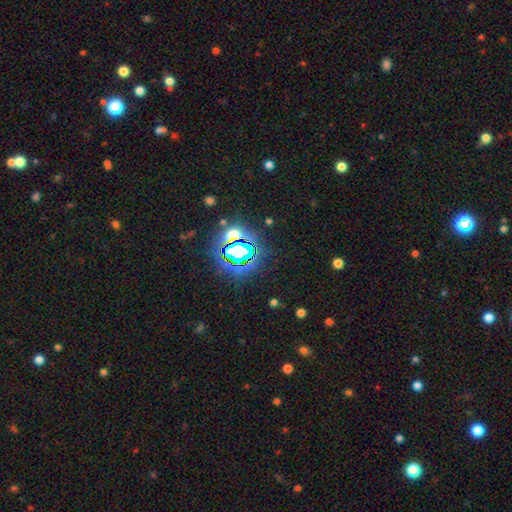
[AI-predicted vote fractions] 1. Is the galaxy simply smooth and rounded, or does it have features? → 82% star or artifact, 11% smooth, 7% featured or disk.